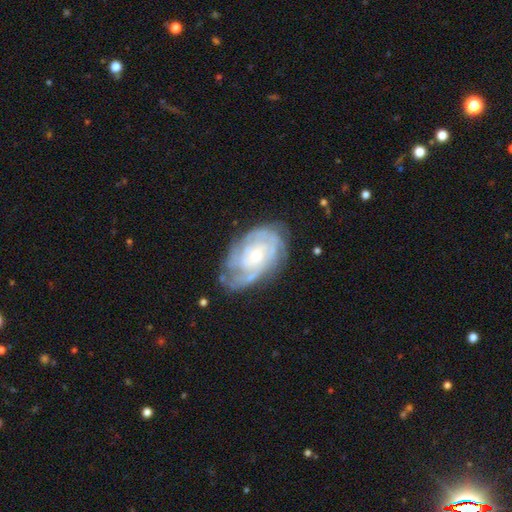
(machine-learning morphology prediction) This appears to be a featured or disk galaxy (81%) with no bar (70%), tight (65%) spiral arms (91%) and a small central bulge (57%). Merging: none (69%).